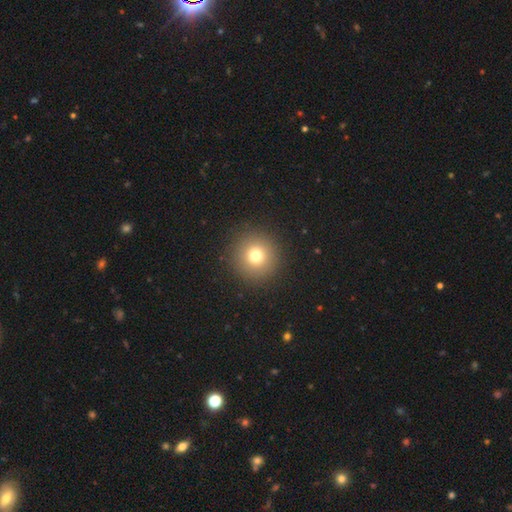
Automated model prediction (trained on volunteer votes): This appears to be a smooth galaxy with no disk features (76%) that is round (96%). Merging: none (91%).